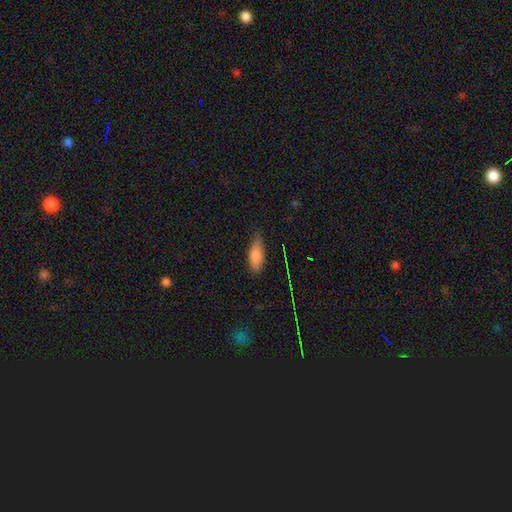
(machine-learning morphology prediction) A smooth galaxy with no disk features (81%) that is in between round and cigar-shaped (76%). Merging: none (66%).